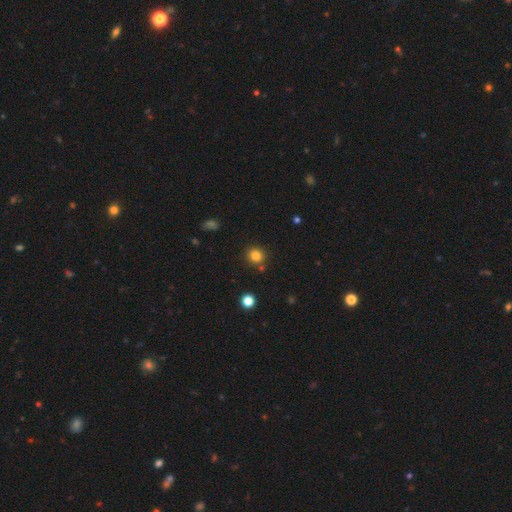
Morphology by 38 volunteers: smooth_or_featured: smooth (p=0.79) [alt: featured or disk p=0.11]
how_rounded: round (p=0.87) [alt: in between p=0.13]
merging: none (p=0.76) [alt: major disturbance p=0.09]